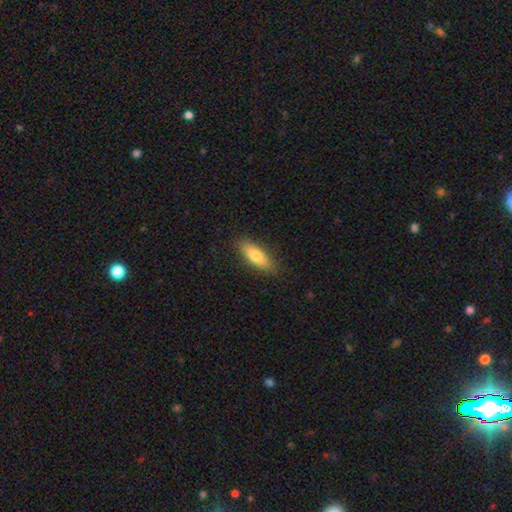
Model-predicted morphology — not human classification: A smooth galaxy with no disk features (76%) that is in between round and cigar-shaped (61%).

Vote fractions:
- Smooth or featured? smooth: 76% / featured or disk: 18% / star or artifact: 6%
- How rounded? in between: 61% / cigar-shaped: 37% / round: 2%
- Merging? none: 86% / minor disturbance: 10% / major disturbance: 2% / merger: 1%